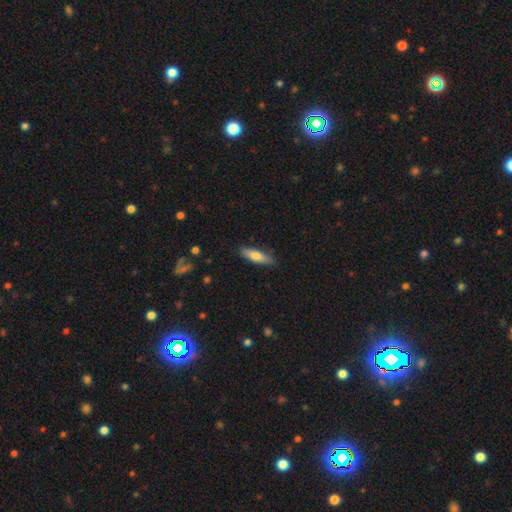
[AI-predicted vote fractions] This appears to be a smooth galaxy with no disk features (72%) that is cigar-shaped (64%). Merging: none (85%).